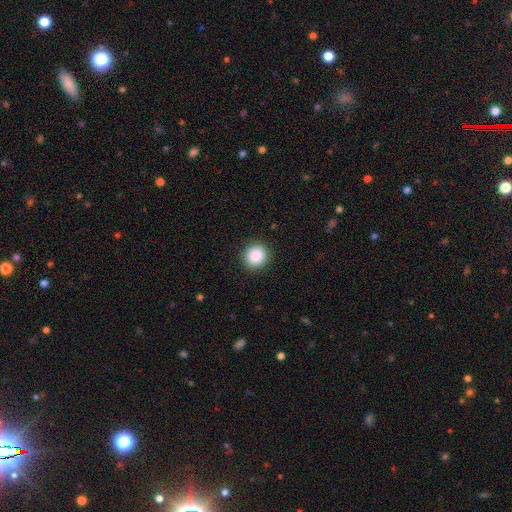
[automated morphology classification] A smooth galaxy with no disk features (88%) that is round (88%). Merging: none (91%).